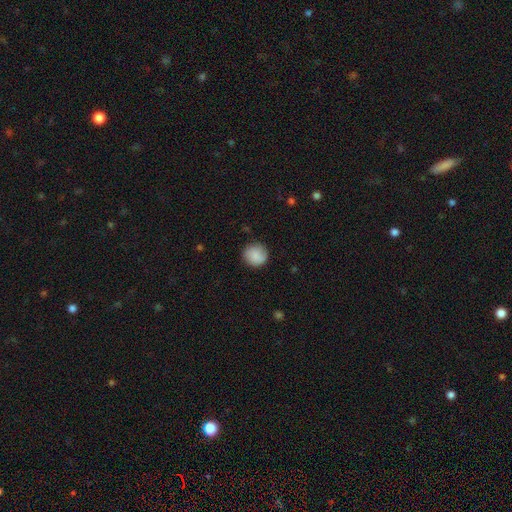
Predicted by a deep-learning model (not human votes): Morphology: type=smooth (86%); roundness=round (92%); merging=none (86%).